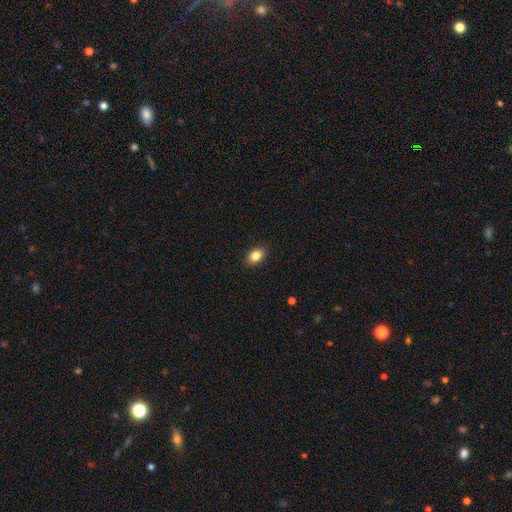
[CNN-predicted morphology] Smooth or featured: smooth — 85% (star or artifact — 9%)
How rounded: in between — 76% (round — 23%)
Merging: none — 89% (minor disturbance — 8%)